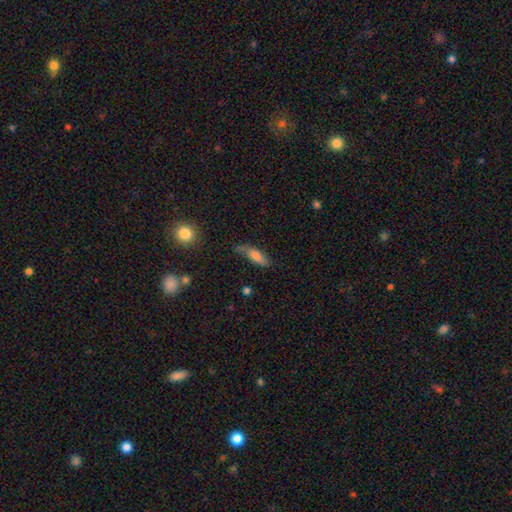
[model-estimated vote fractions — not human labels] The model was most divided on "how rounded": in between: 52%, cigar-shaped: 45%, round: 3%. More confident: smooth or featured — smooth (71%); merging — none (59%).